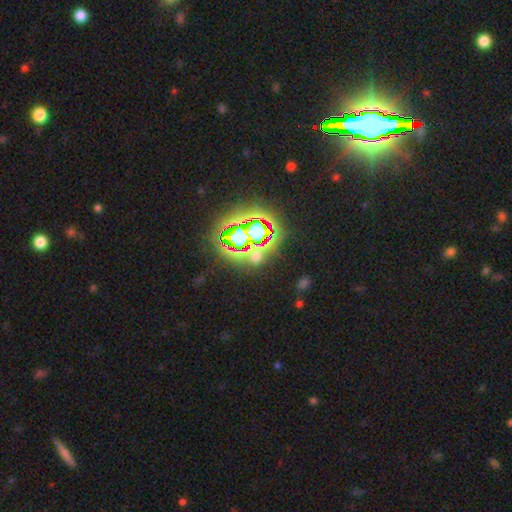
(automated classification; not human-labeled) smooth_or_featured: star or artifact (p=0.71) [alt: smooth p=0.17]